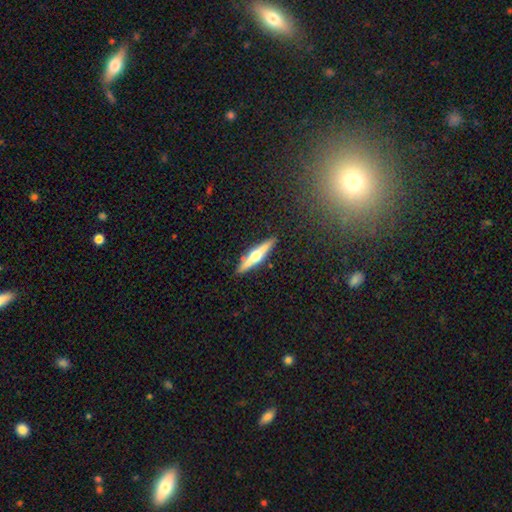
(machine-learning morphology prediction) Overall: featured or disk (66%; smooth 29%). Edge-on disk: yes (97%). Edge-on bulge: rounded (94%). Merging: none (89%).